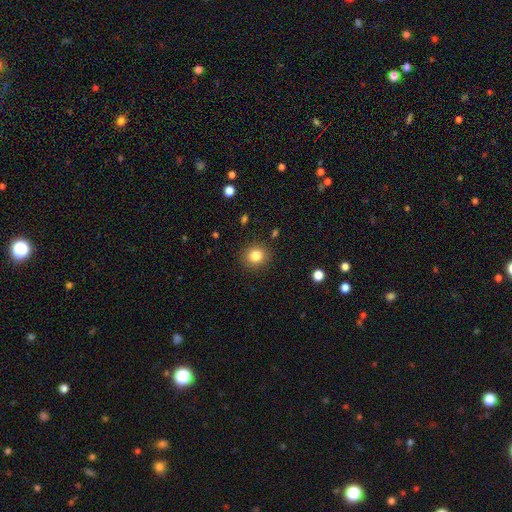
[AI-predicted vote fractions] Smooth or featured?
  - smooth: 83% *
  - star or artifact: 11%
  - featured or disk: 6%
How rounded?
  - round: 80% *
  - in between: 19%
  - cigar-shaped: 1%
Merging?
  - none: 89% *
  - minor disturbance: 7%
  - major disturbance: 2%
  - merger: 1%